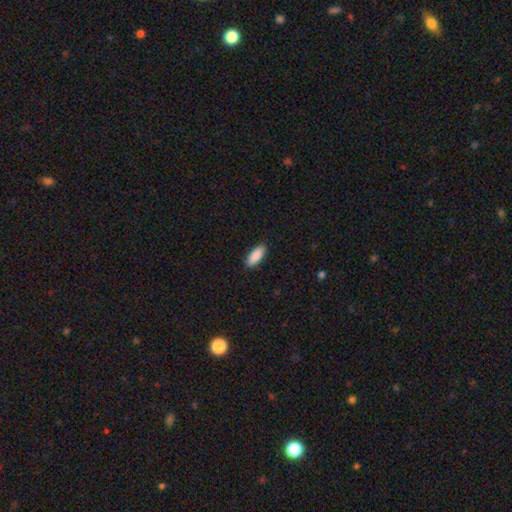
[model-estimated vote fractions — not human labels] smooth 90%, star or artifact 6%, featured or disk 5%. Down the decision tree: how rounded — in between (76%); merging — none (89%).